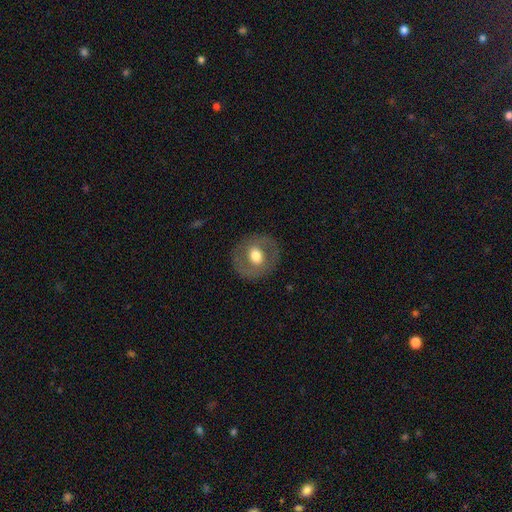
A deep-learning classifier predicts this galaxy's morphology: This is possibly a smooth galaxy (52%). How rounded: clearly round (81%). Merging: clearly none (84%).